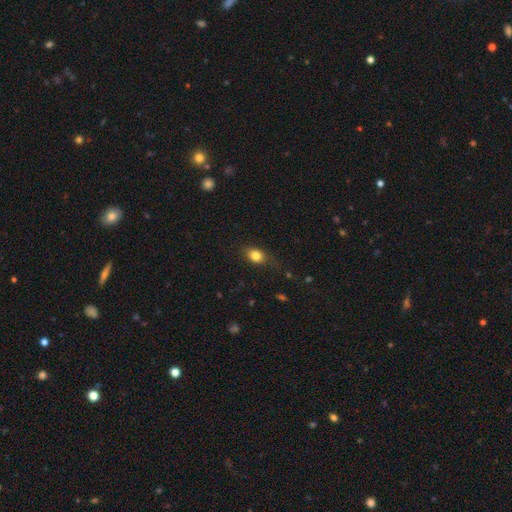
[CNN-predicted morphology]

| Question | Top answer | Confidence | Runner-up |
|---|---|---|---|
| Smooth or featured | smooth | 82% | star or artifact (10%) |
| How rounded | in between | 59% | round (39%) |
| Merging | none | 74% | minor disturbance (19%) |